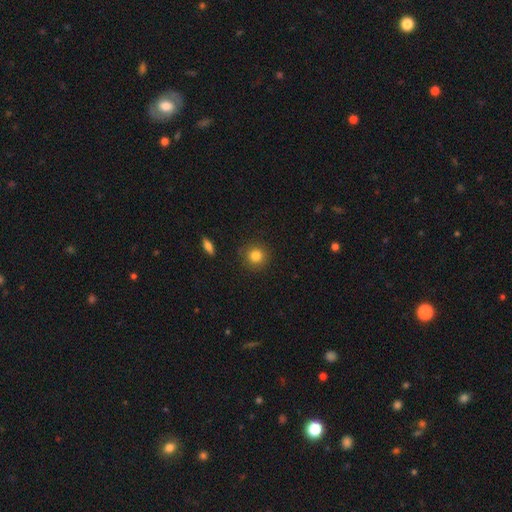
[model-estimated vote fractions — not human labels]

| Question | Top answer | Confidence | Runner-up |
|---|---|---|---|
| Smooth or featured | smooth | 83% | star or artifact (10%) |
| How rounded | round | 91% | in between (8%) |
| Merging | none | 89% | minor disturbance (8%) |